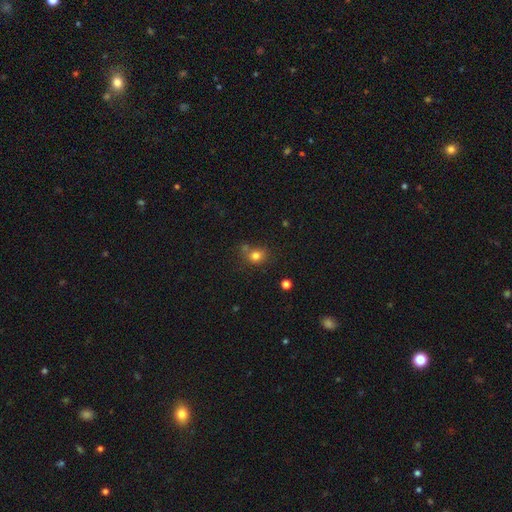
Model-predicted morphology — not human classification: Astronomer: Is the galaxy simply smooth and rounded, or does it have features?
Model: smooth — 79%.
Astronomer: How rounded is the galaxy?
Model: round — 70%.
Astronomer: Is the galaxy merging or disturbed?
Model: none — 59%.